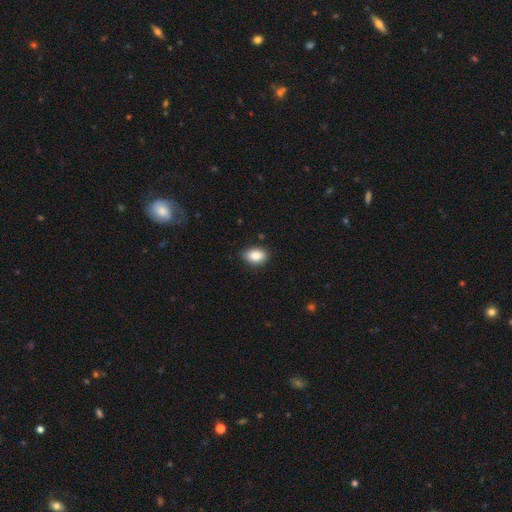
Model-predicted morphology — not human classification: Overall: smooth (88%). How rounded: in between (83%). Merging: none (84%).